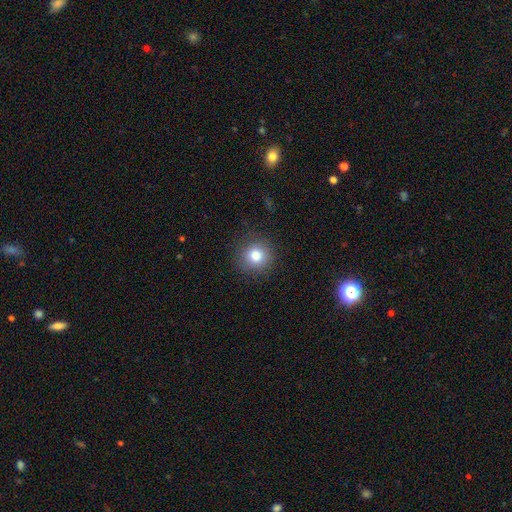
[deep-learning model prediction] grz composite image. It shows a smooth galaxy with no disk features (81%) that is round (90%). Merging: none (87%).